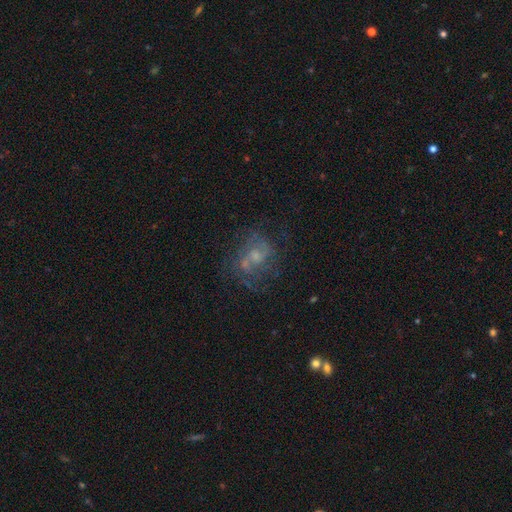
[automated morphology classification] smooth_or_featured: featured or disk (p=0.64) [alt: smooth p=0.20]
disk_edge_on: no (p=0.98) [alt: yes p=0.02]
bar: no (p=0.64) [alt: weak p=0.31]
has_spiral_arms: yes (p=0.74) [alt: no p=0.26]
bulge_size: small (p=0.44) [alt: moderate p=0.37]
merging: none (p=0.56) [alt: major disturbance p=0.18]